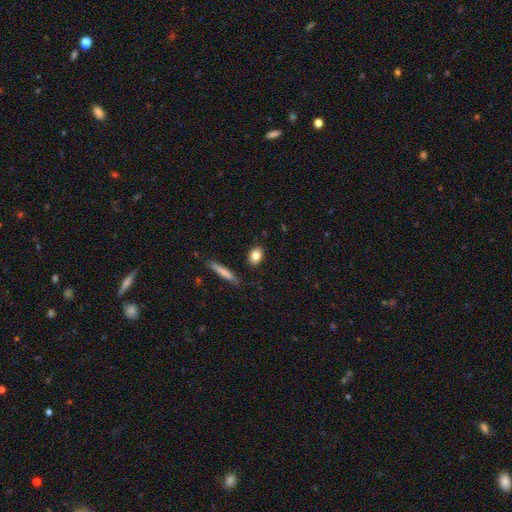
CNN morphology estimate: type=smooth (82%); roundness=in between (75%); merging=none (86%).